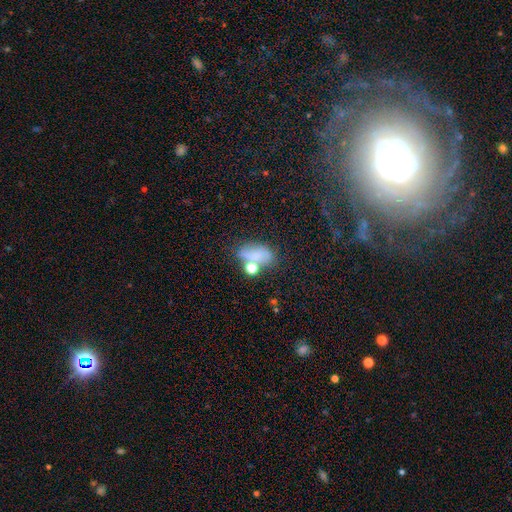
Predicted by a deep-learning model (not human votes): A smooth galaxy with no disk features (66%) that is in between round and cigar-shaped (79%).

Vote fractions:
- Smooth or featured? smooth: 66% / star or artifact: 18% / featured or disk: 16%
- How rounded? in between: 79% / round: 17% / cigar-shaped: 4%
- Merging? none: 42% / merger: 24% / minor disturbance: 20% / major disturbance: 13%